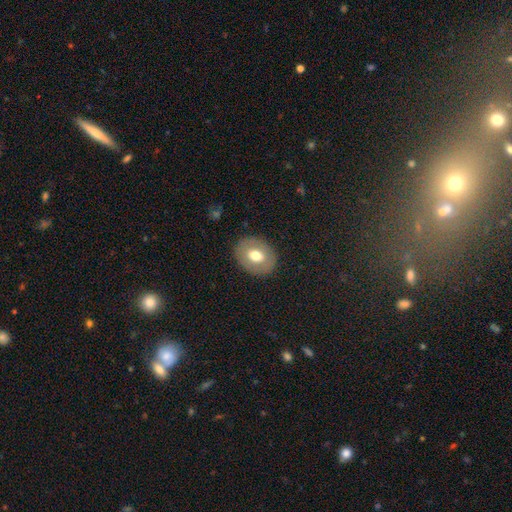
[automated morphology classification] Smooth or featured? smooth (65%)
How rounded? in between (58%)
Merging? none (87%)